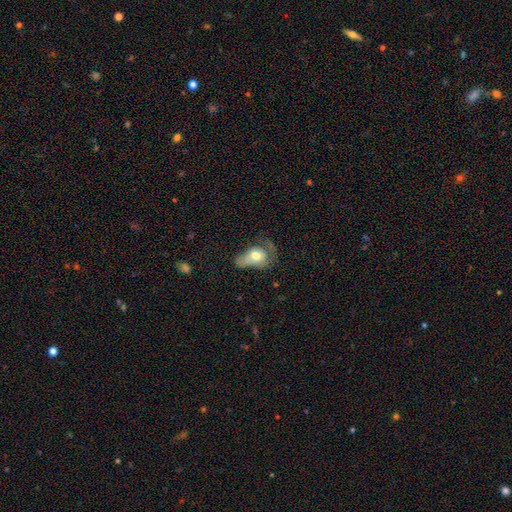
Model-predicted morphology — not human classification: A smooth galaxy with no disk features (59%) that is in between round and cigar-shaped (77%).

Vote fractions:
- Smooth or featured? smooth: 59% / featured or disk: 33% / star or artifact: 8%
- How rounded? in between: 77% / round: 21% / cigar-shaped: 2%
- Merging? major disturbance: 46% / minor disturbance: 26% / none: 20% / merger: 7%